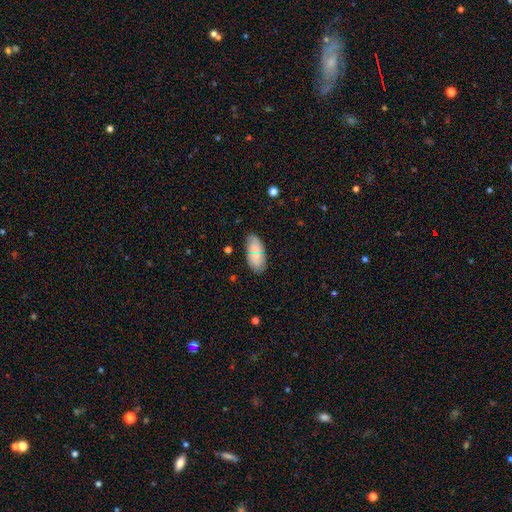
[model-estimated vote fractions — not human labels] The model was most divided on "smooth or featured": smooth: 76%, featured or disk: 17%, star or artifact: 7%. More confident: how rounded — in between (91%); merging — none (78%).